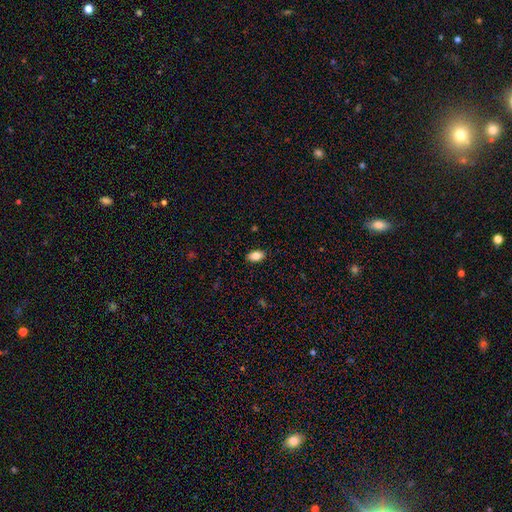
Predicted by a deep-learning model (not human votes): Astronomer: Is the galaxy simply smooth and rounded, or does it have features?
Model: smooth — 84%.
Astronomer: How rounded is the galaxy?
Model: in between — 89%.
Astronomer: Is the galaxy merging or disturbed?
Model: none — 88%.